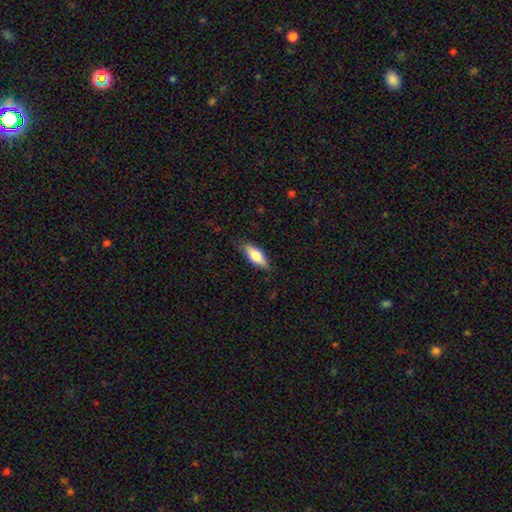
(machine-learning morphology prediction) smooth_or_featured: smooth (p=0.71) [alt: featured or disk p=0.23]
how_rounded: in between (p=0.65) [alt: cigar-shaped p=0.33]
merging: none (p=0.83) [alt: minor disturbance p=0.14]